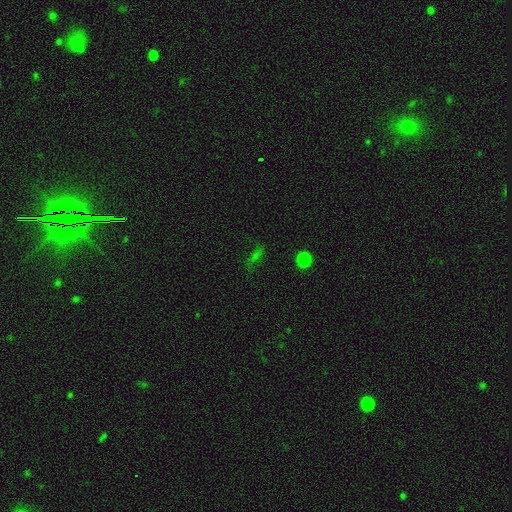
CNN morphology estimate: smooth_or_featured: star or artifact (p=0.45) [alt: smooth p=0.39]